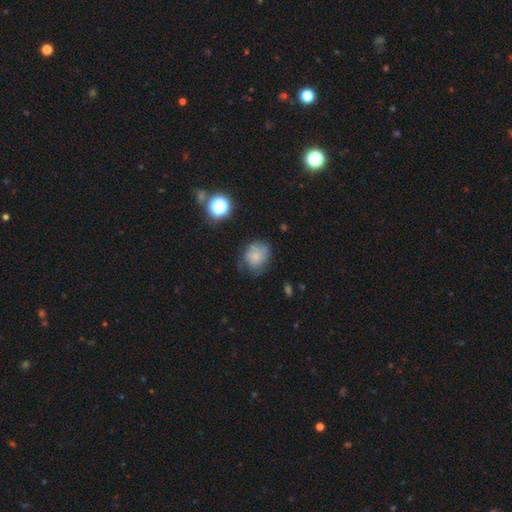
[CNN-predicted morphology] smooth_or_featured: smooth (p=0.68) [alt: featured or disk p=0.19]
how_rounded: round (p=0.56) [alt: in between p=0.43]
merging: none (p=0.52) [alt: minor disturbance p=0.30]